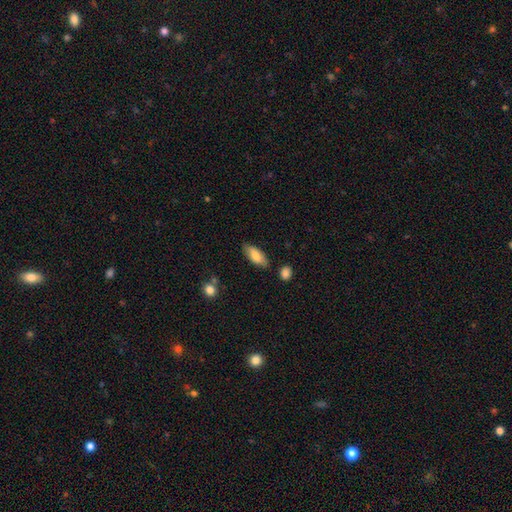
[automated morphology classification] Smooth or featured: smooth — 82% (featured or disk — 12%)
How rounded: in between — 81% (cigar-shaped — 17%)
Merging: none — 80% (minor disturbance — 14%)